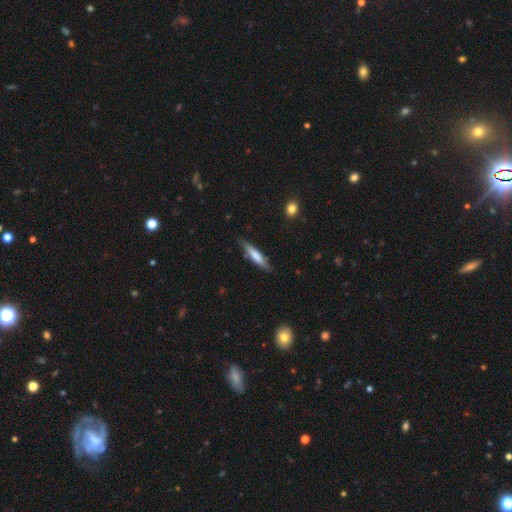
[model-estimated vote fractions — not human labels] Smooth or featured?
  - smooth: 65% *
  - featured or disk: 29%
  - star or artifact: 6%
How rounded?
  - cigar-shaped: 84% *
  - in between: 14%
  - round: 1%
Merging?
  - none: 78% *
  - minor disturbance: 17%
  - major disturbance: 3%
  - merger: 2%